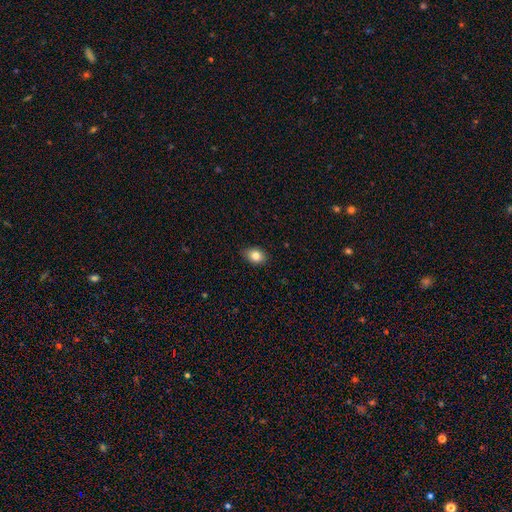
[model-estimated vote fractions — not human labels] A smooth galaxy with no disk features (83%) that is in between round and cigar-shaped (72%). Merging: none (85%).